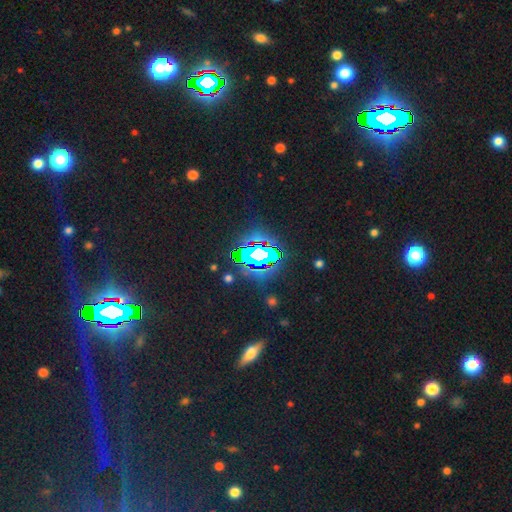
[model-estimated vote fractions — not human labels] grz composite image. It shows a star or artifact, not a galaxy (79%).